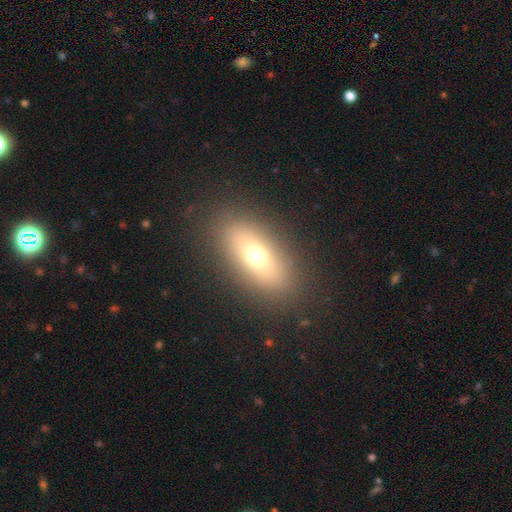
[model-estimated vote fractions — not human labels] This is likely a smooth galaxy (64%). How rounded: likely in between (77%). Merging: clearly none (88%).